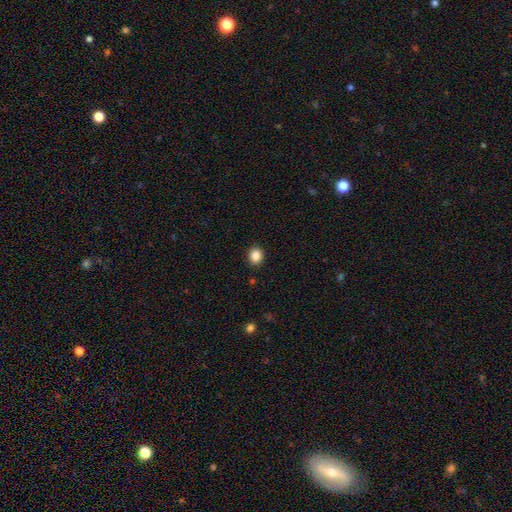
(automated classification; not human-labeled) smooth-or-featured: smooth: 87% | star or artifact: 10% | featured or disk: 3%
  how-rounded: round: 74% | in between: 25% | cigar-shaped: 1%
  merging: none: 91% | minor disturbance: 6% | major disturbance: 2% | merger: 1%